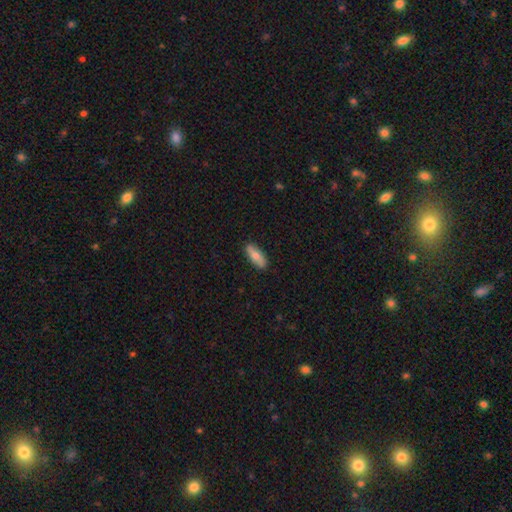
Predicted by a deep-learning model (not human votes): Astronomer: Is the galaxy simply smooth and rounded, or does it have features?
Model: smooth — 71%.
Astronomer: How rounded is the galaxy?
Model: in between — 67%.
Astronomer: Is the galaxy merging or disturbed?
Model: none — 87%.